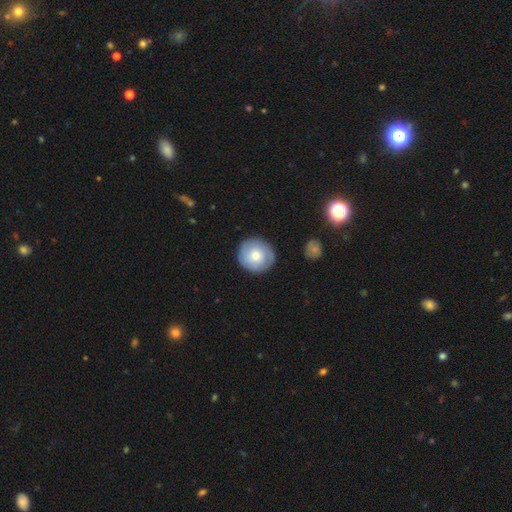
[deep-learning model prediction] A smooth galaxy with no disk features (64%) that is round (92%).

Vote fractions:
- Smooth or featured? smooth: 64% / featured or disk: 30% / star or artifact: 7%
- How rounded? round: 92% / in between: 7% / cigar-shaped: 1%
- Merging? none: 86% / minor disturbance: 10% / major disturbance: 3% / merger: 1%